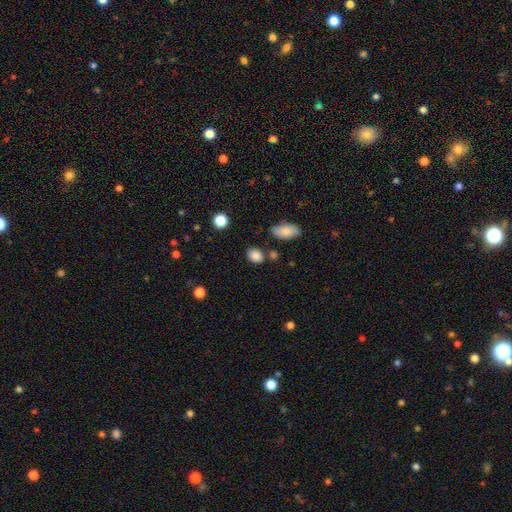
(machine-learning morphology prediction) A smooth galaxy with no disk features (86%) that is in between round and cigar-shaped (67%). Merging: none (76%).